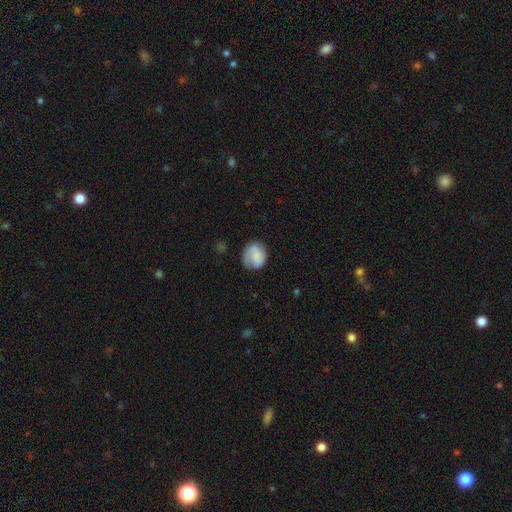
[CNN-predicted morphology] Smooth or featured: smooth — 67% (featured or disk — 25%)
How rounded: round — 68% (in between — 31%)
Merging: none — 65% (minor disturbance — 24%)